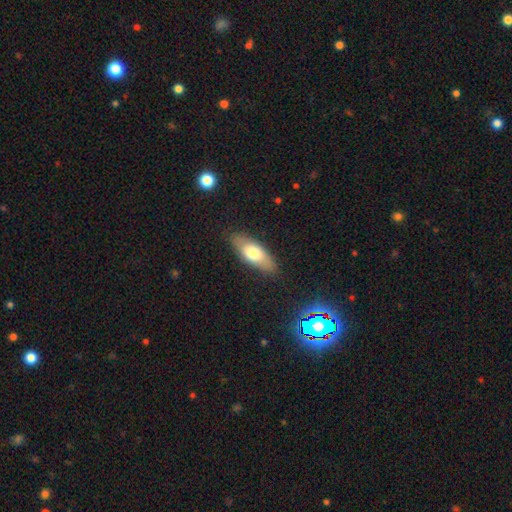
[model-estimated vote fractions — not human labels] Smooth or featured?
  - smooth: 58% *
  - featured or disk: 30%
  - star or artifact: 12%
How rounded?
  - in between: 67% *
  - cigar-shaped: 29%
  - round: 5%
Merging?
  - none: 86% *
  - minor disturbance: 10%
  - major disturbance: 2%
  - merger: 1%